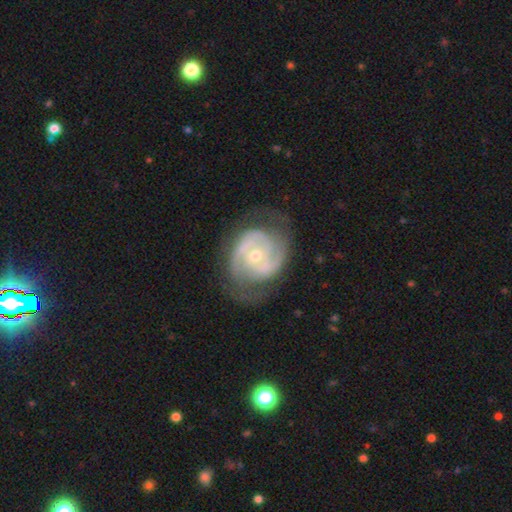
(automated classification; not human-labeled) Smooth or featured? featured or disk (88%)
Edge-on disk? no (97%)
Bar? no (64%)
Spiral arms? yes (96%)
Spiral winding? tight (54%)
Spiral arm count? 2 (62%)
Bulge size? small (50%)
Merging? none (68%)